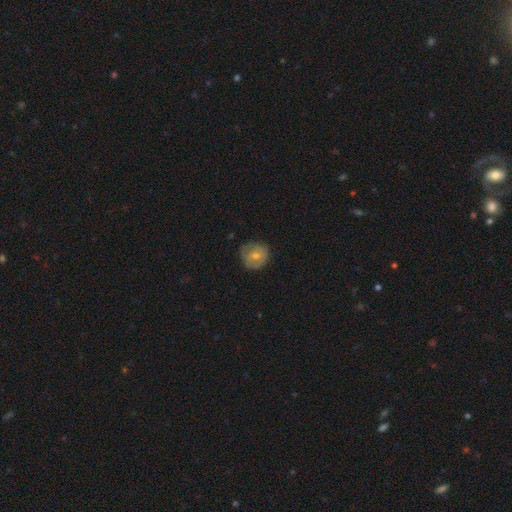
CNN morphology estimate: This is likely a smooth galaxy (65%). How rounded: clearly round (87%). Merging: likely none (72%).